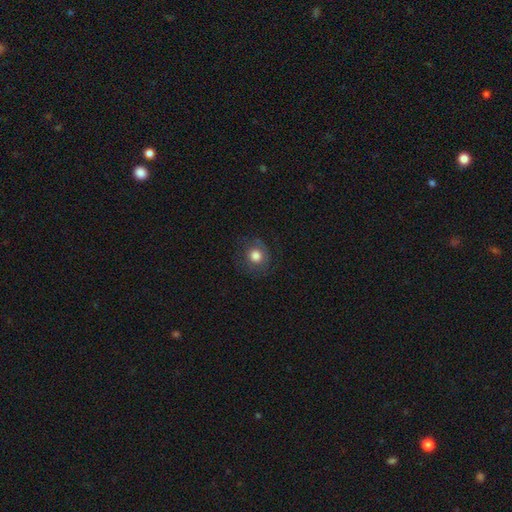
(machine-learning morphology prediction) Smooth or featured: smooth — 76% (featured or disk — 14%)
How rounded: round — 85% (in between — 14%)
Merging: none — 76% (minor disturbance — 15%)